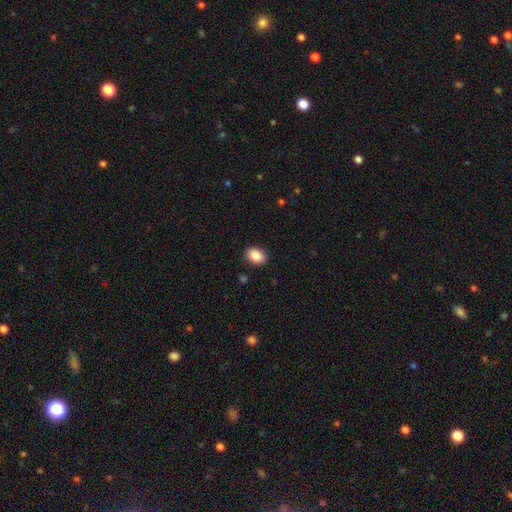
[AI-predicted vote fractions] smooth 87%, star or artifact 8%, featured or disk 5%. Down the decision tree: how rounded — in between (74%); merging — none (90%).